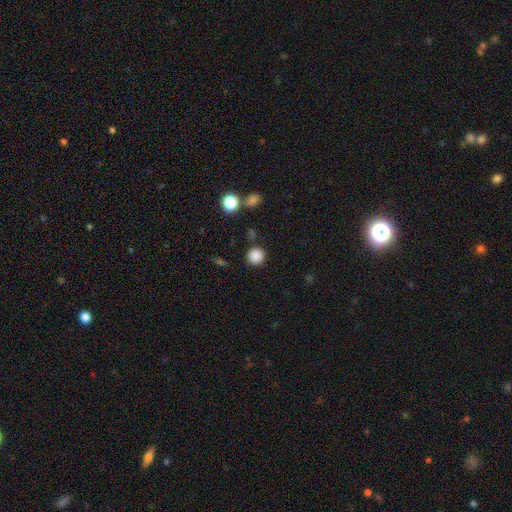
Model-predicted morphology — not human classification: smooth_or_featured: smooth (p=0.85) [alt: star or artifact p=0.11]
how_rounded: round (p=0.94) [alt: in between p=0.05]
merging: none (p=0.87) [alt: minor disturbance p=0.07]